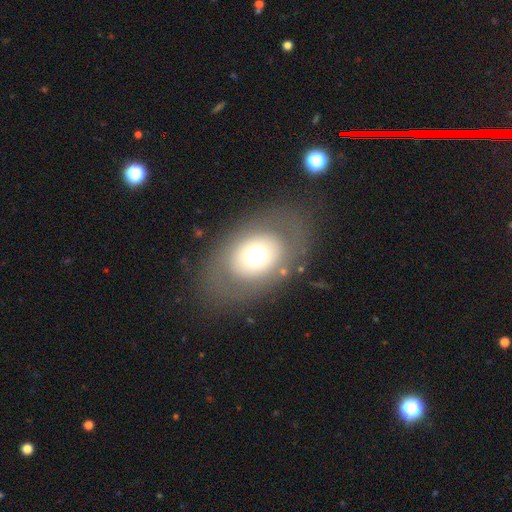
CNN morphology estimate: A smooth galaxy with no disk features (56%) that is in between round and cigar-shaped (74%). Merging: none (79%).